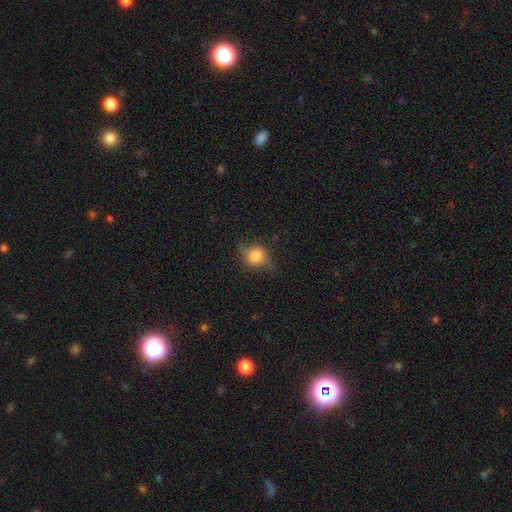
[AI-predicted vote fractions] Smooth or featured: smooth — 66% (featured or disk — 24%)
How rounded: round — 63% (in between — 35%)
Merging: none — 64% (minor disturbance — 26%)